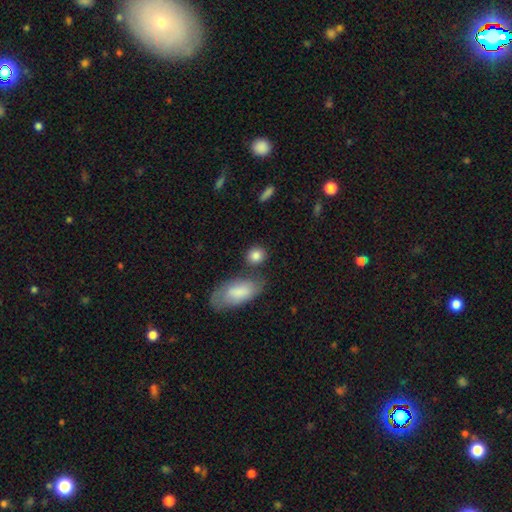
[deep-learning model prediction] A smooth galaxy with no disk features (85%) that is round (71%). Merging: none (70%).